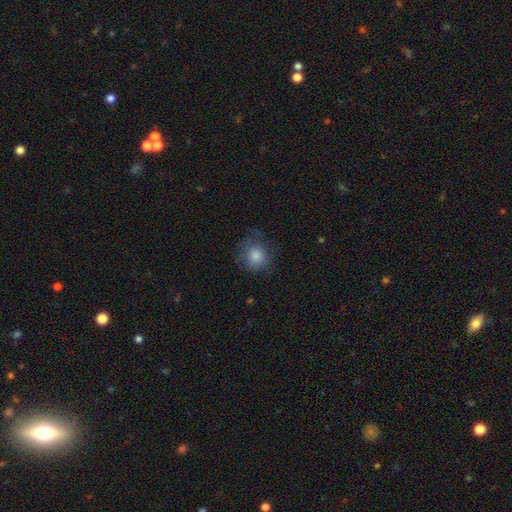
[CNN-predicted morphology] A smooth galaxy with no disk features (77%) that is round (90%). Merging: none (73%).